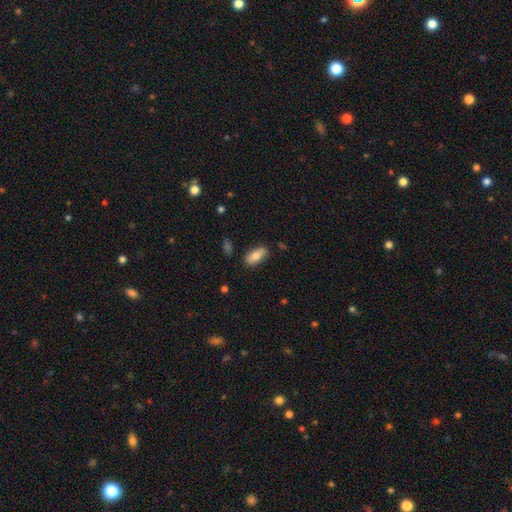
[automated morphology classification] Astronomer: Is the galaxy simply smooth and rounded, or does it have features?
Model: smooth — 77%.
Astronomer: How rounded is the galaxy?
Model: in between — 84%.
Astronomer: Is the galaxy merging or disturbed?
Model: none — 81%.